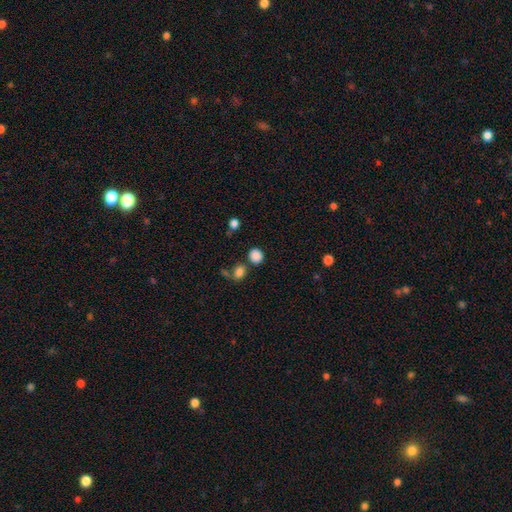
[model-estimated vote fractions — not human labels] This appears to be a smooth galaxy with no disk features (85%) that is round (77%). Merging: none (73%).